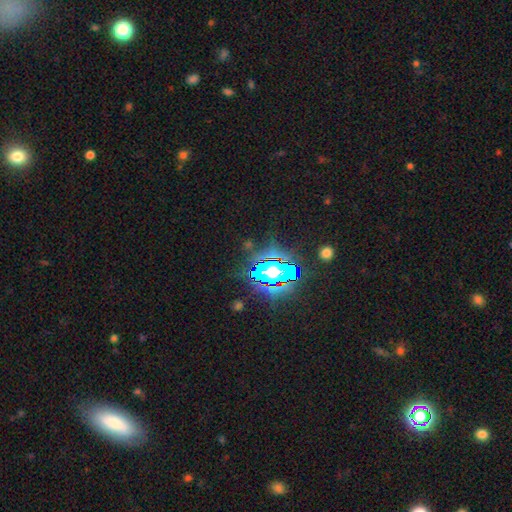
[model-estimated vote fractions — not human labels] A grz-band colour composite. It shows a star or artifact, not a galaxy (82%).